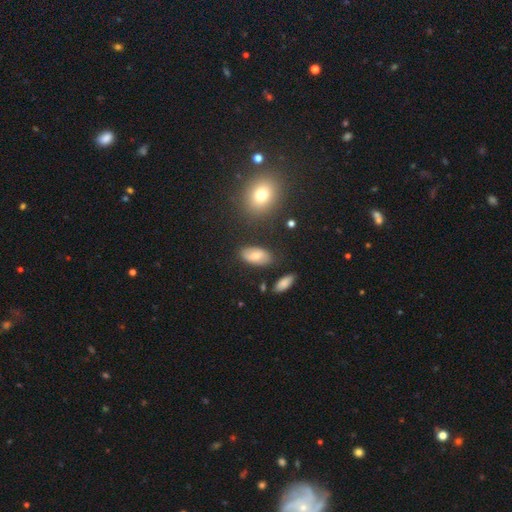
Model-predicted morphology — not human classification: smooth_or_featured: smooth (p=0.71) [alt: featured or disk p=0.21]
how_rounded: in between (p=0.93) [alt: round p=0.04]
merging: none (p=0.79) [alt: minor disturbance p=0.14]